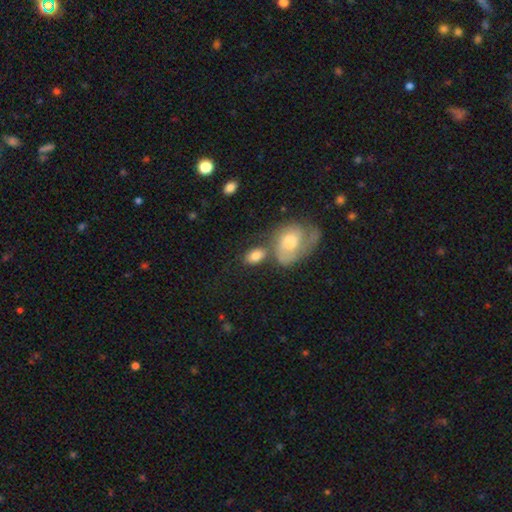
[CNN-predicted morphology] This is likely a smooth galaxy (75%). How rounded: clearly in between (86%). Merging: possibly none (48%).